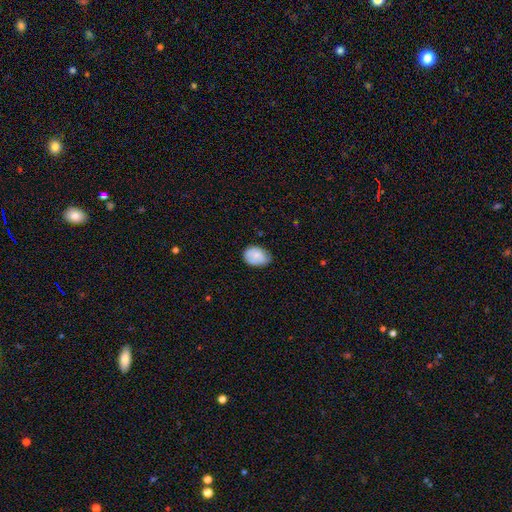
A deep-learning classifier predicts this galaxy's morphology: smooth 76%, featured or disk 17%, star or artifact 7%. Down the decision tree: how rounded — in between (78%); merging — none (63%).